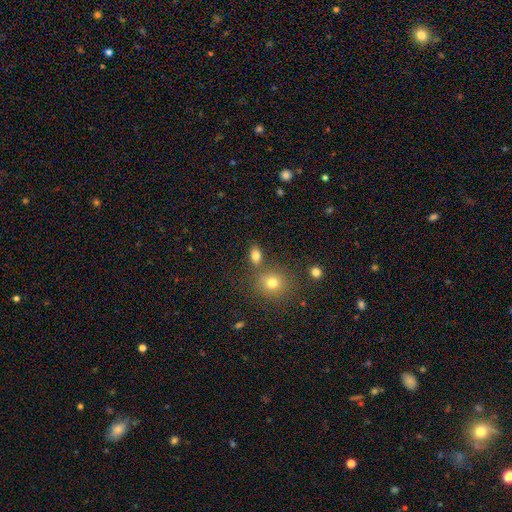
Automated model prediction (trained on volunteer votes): This is likely a smooth galaxy (80%). How rounded: likely in between (70%). Merging: likely none (70%).